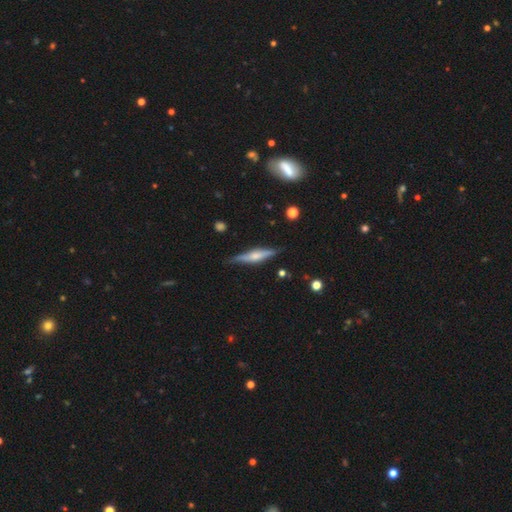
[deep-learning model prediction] A featured or disk galaxy (63%) viewed edge-on (95%) with a rounded central bulge (73%). Merging: none (83%).